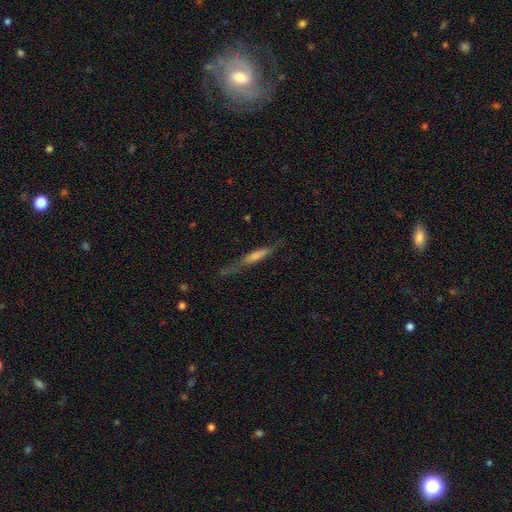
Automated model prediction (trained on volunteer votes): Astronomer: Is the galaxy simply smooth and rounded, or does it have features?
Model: featured or disk — 57%.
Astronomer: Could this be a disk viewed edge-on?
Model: yes — 85%.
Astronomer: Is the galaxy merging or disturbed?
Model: none — 71%.